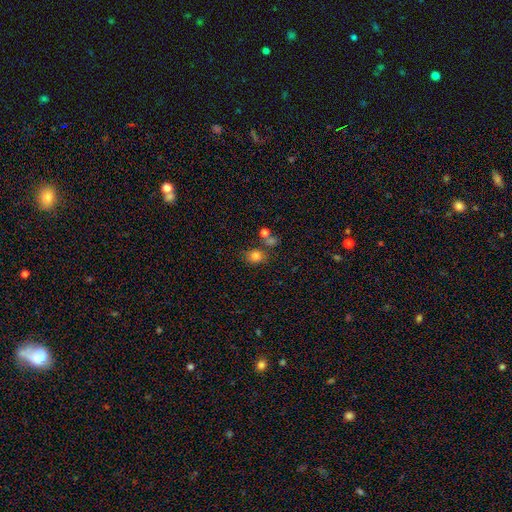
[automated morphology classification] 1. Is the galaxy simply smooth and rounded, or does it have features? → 80% smooth, 13% star or artifact, 7% featured or disk.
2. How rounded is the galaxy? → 61% round, 38% in between, 1% cigar-shaped.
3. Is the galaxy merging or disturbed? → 62% none, 17% merger, 15% minor disturbance, 6% major disturbance.